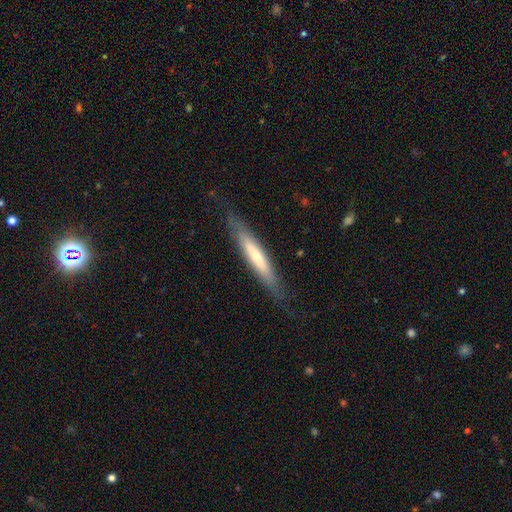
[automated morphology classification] The model was most divided on "smooth or featured": smooth: 51%, featured or disk: 43%, star or artifact: 6%. More confident: how rounded — cigar-shaped (92%); merging — none (81%).